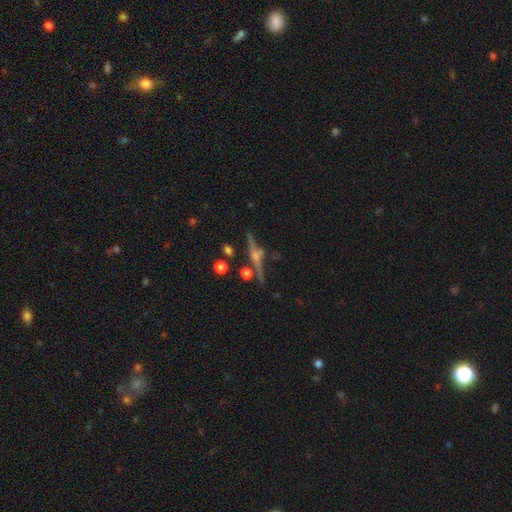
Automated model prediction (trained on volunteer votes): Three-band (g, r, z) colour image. It shows a featured or disk galaxy (77%) viewed edge-on (96%) with a rounded central bulge (79%). Merging: none (81%).